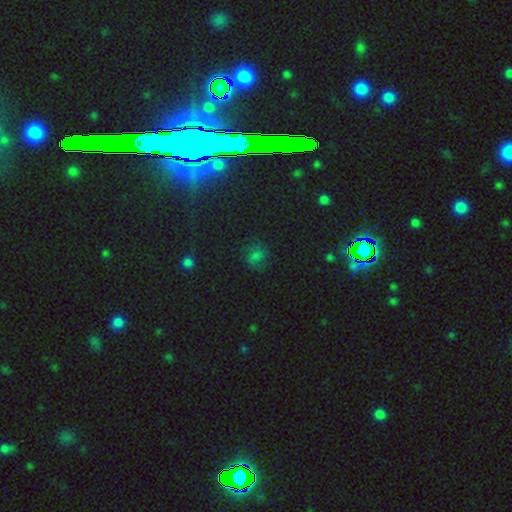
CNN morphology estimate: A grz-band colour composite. It shows a smooth galaxy with no disk features (49%). Merging: none (67%).